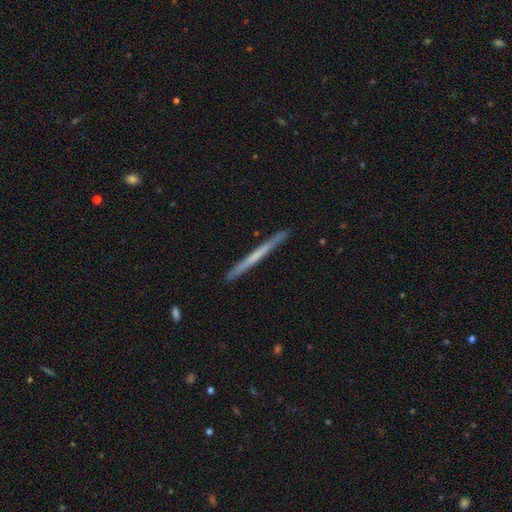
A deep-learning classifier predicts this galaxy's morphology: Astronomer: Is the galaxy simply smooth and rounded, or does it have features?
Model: featured or disk — 48% (runner-up: smooth, 47%).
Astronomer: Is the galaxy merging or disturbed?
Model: none — 91%.